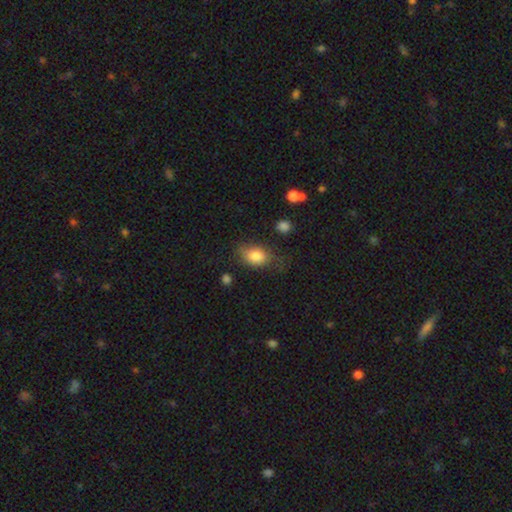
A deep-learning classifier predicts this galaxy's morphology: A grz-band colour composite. It shows a smooth galaxy with no disk features (81%) that is in between round and cigar-shaped (73%). Merging: none (58%).